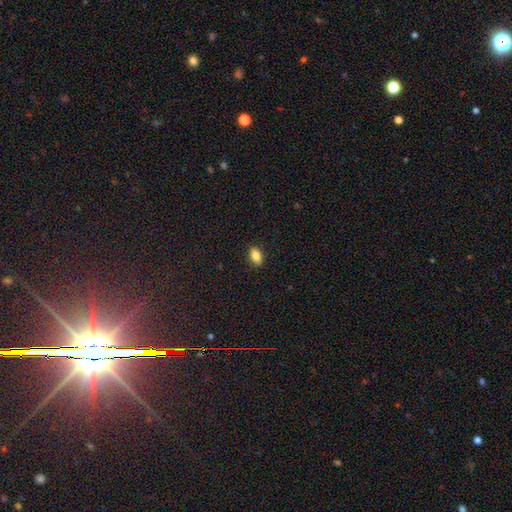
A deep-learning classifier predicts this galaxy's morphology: This is clearly a smooth galaxy (82%). How rounded: clearly in between (87%). Merging: clearly none (88%).